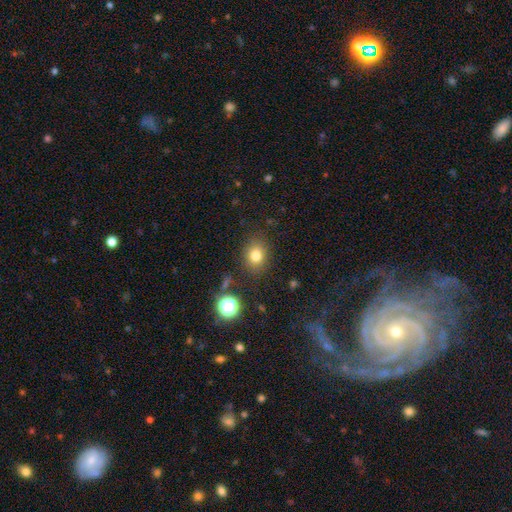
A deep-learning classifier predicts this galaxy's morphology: Smooth or featured? Predicted: smooth (p=0.78). How rounded? Predicted: round (p=0.58). Merging? Predicted: none (p=0.83).